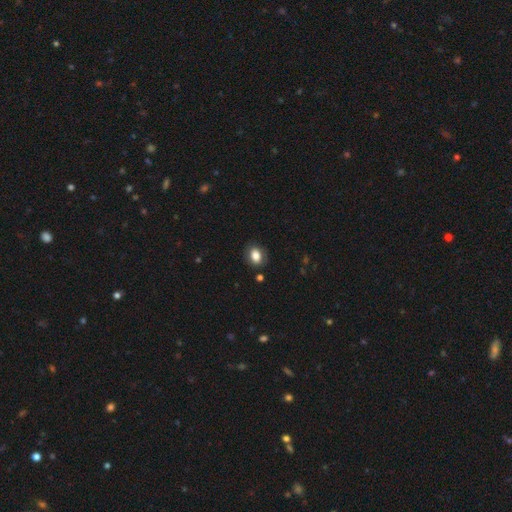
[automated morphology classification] A smooth galaxy with no disk features (81%) that is in between round and cigar-shaped (67%).

Vote fractions:
- Smooth or featured? smooth: 81% / featured or disk: 10% / star or artifact: 9%
- How rounded? in between: 67% / round: 32% / cigar-shaped: 1%
- Merging? none: 83% / minor disturbance: 12% / major disturbance: 3% / merger: 2%